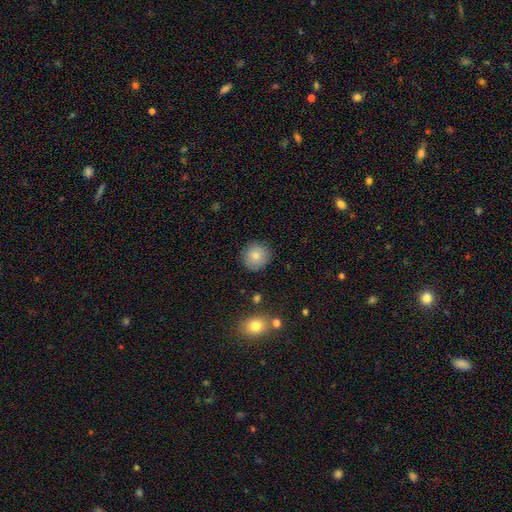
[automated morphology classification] Smooth or featured? Predicted: smooth (p=0.82). How rounded? Predicted: round (p=0.90). Merging? Predicted: none (p=0.88).